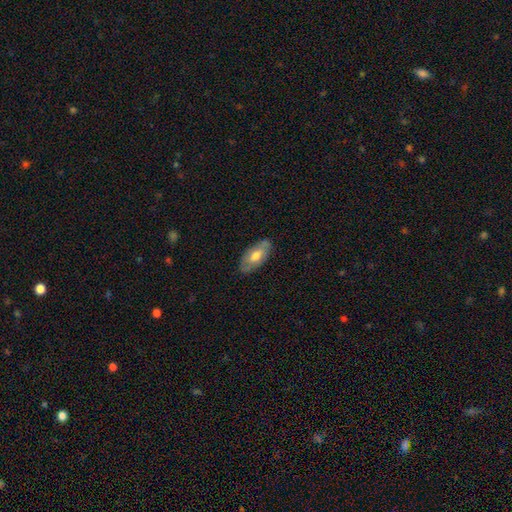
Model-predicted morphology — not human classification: Smooth or featured?
  - smooth: 58% *
  - featured or disk: 36%
  - star or artifact: 6%
How rounded?
  - in between: 90% *
  - cigar-shaped: 8%
  - round: 3%
Merging?
  - none: 78% *
  - minor disturbance: 17%
  - major disturbance: 3%
  - merger: 1%